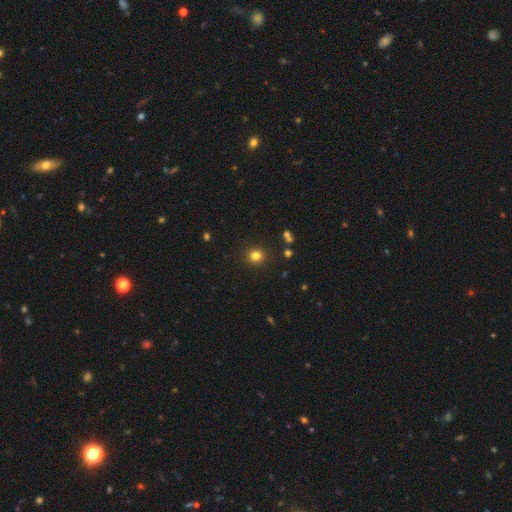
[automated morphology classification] smooth_or_featured: smooth (p=0.80) [alt: star or artifact p=0.15]
how_rounded: round (p=0.87) [alt: in between p=0.12]
merging: none (p=0.91) [alt: minor disturbance p=0.06]